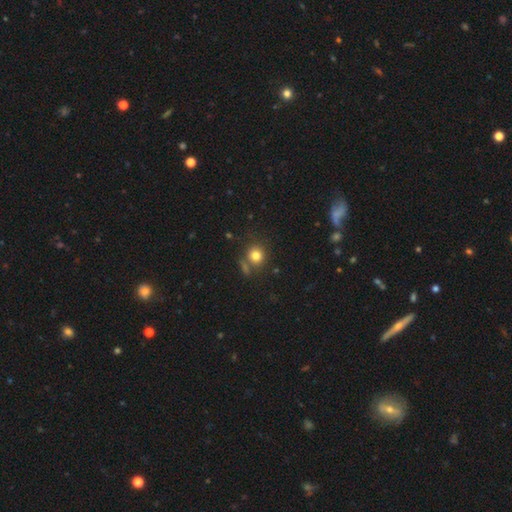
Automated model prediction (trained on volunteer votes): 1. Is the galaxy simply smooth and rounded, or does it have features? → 80% smooth, 13% star or artifact, 8% featured or disk.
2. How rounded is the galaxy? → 86% round, 13% in between, 1% cigar-shaped.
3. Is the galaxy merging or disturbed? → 71% none, 13% merger, 12% minor disturbance, 5% major disturbance.